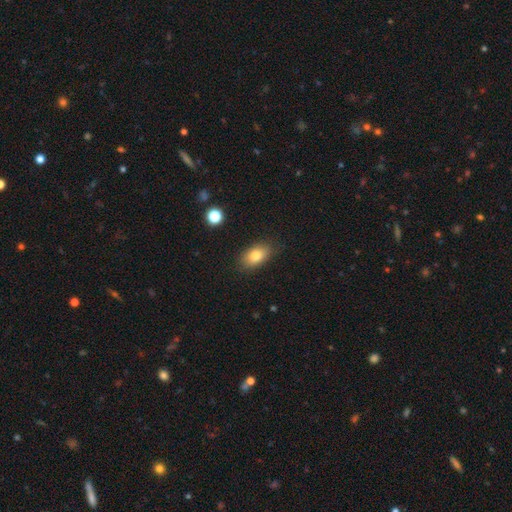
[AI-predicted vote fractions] This is clearly a smooth galaxy (81%). How rounded: clearly in between (88%). Merging: clearly none (84%).